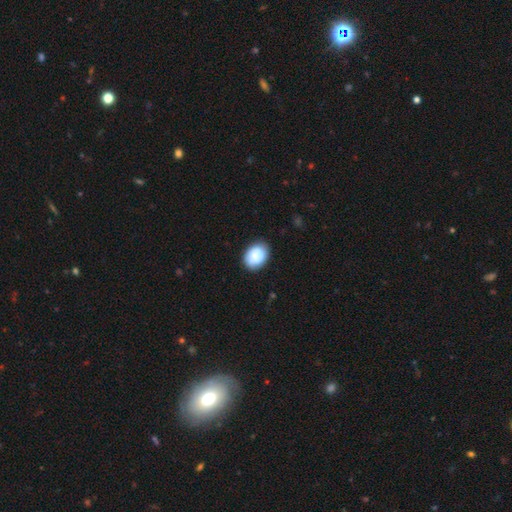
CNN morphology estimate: smooth 80%, featured or disk 13%, star or artifact 7%. Down the decision tree: how rounded — in between (67%); merging — none (80%).